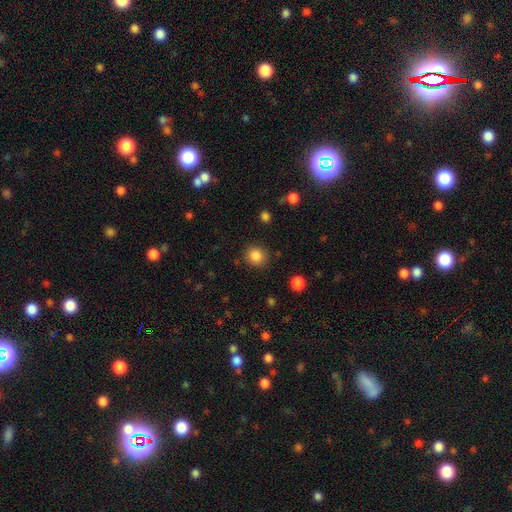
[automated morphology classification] smooth 85%, star or artifact 11%, featured or disk 4%. Down the decision tree: how rounded — round (90%); merging — none (88%).